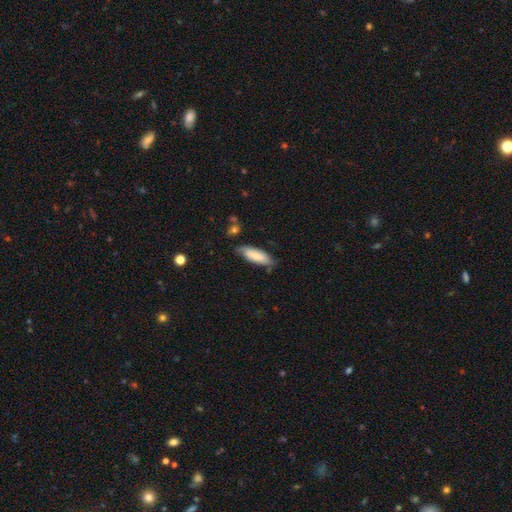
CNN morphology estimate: This is likely a smooth galaxy (77%). How rounded: likely in between (62%). Merging: likely none (70%).